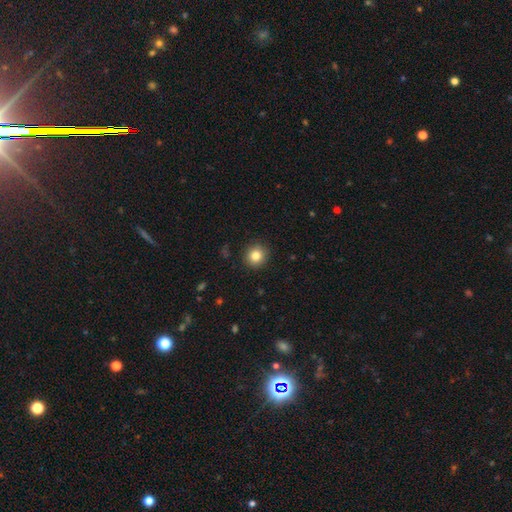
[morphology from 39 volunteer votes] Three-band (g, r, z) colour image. It shows a smooth galaxy with no disk features (87%) that is round (88%). Merging: none (94%).